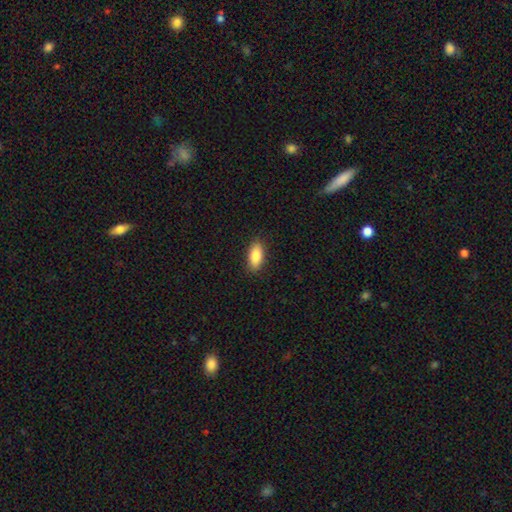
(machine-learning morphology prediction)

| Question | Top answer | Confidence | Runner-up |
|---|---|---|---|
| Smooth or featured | smooth | 87% | featured or disk (7%) |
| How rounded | in between | 86% | cigar-shaped (11%) |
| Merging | none | 89% | minor disturbance (8%) |